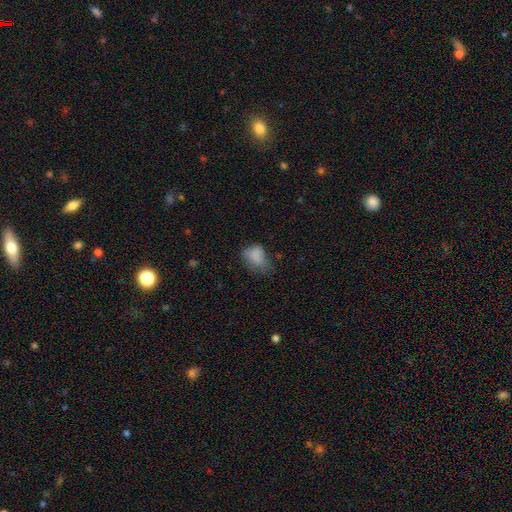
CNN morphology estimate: Overall: smooth (77%). How rounded: in between (79%). Merging: minor disturbance (36%; none 32%).